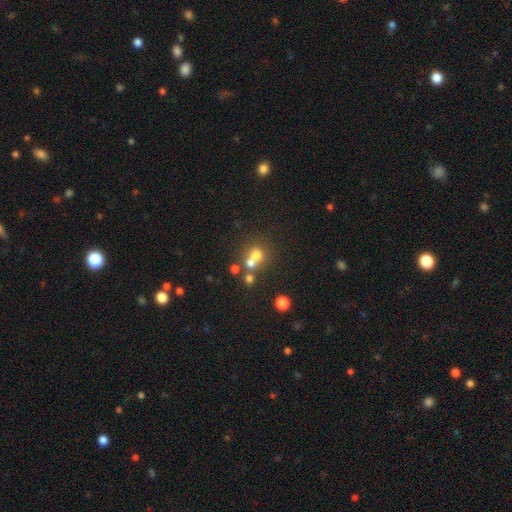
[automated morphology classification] Smooth or featured: smooth — 63% (featured or disk — 19%)
How rounded: round — 77% (in between — 22%)
Merging: merger — 52% (none — 36%)